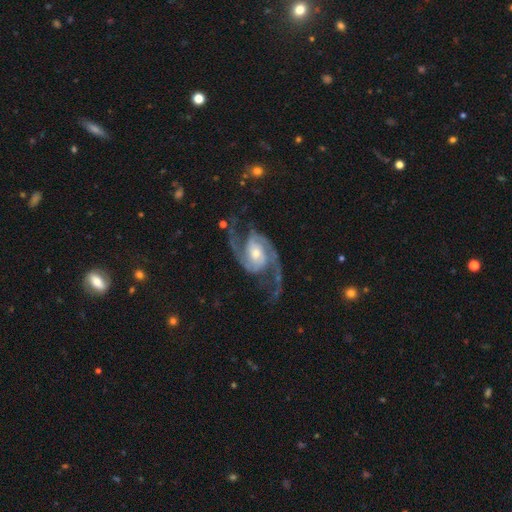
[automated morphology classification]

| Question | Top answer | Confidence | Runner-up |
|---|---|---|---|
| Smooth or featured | featured or disk | 93% | star or artifact (4%) |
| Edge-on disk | no | 98% | yes (2%) |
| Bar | no | 47% | weak (35%) |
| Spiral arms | yes | 99% | no (1%) |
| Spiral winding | medium | 59% | loose (22%) |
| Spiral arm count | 2 | 91% | 3 (3%) |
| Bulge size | moderate | 53% | small (39%) |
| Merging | none | 76% | minor disturbance (14%) |